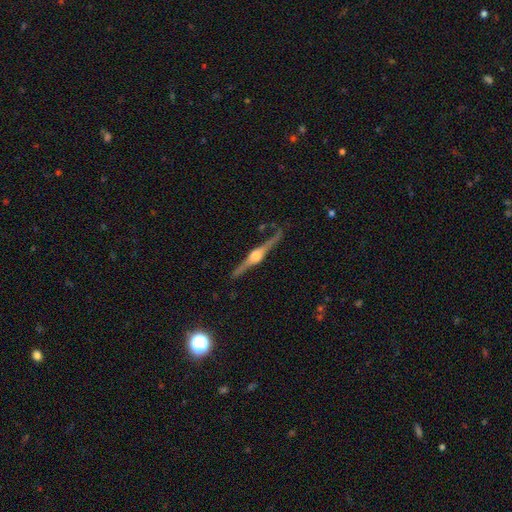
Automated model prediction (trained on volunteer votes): A featured or disk galaxy (88%) viewed edge-on (98%) with a rounded central bulge (90%). Merging: none (86%).